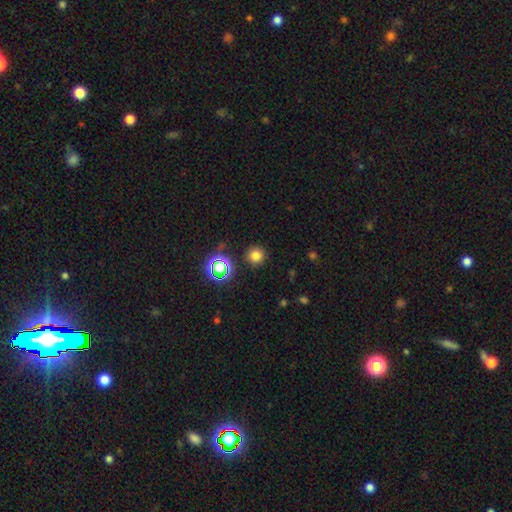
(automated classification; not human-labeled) This is likely a smooth galaxy (75%). How rounded: clearly round (94%). Merging: clearly none (89%).